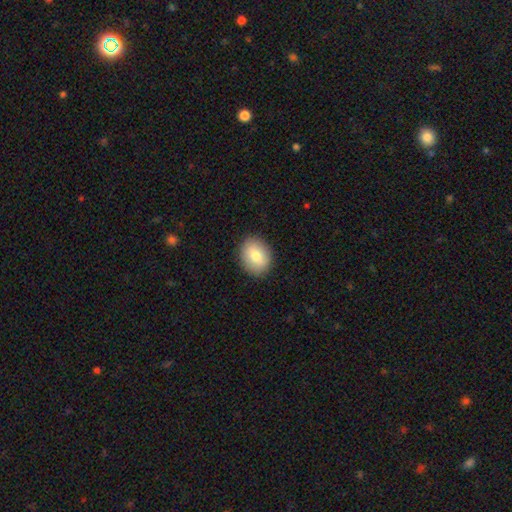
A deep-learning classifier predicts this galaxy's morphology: The model was most divided on "how rounded": in between: 57%, round: 42%, cigar-shaped: 1%. More confident: merging — none (89%); smooth or featured — smooth (77%).